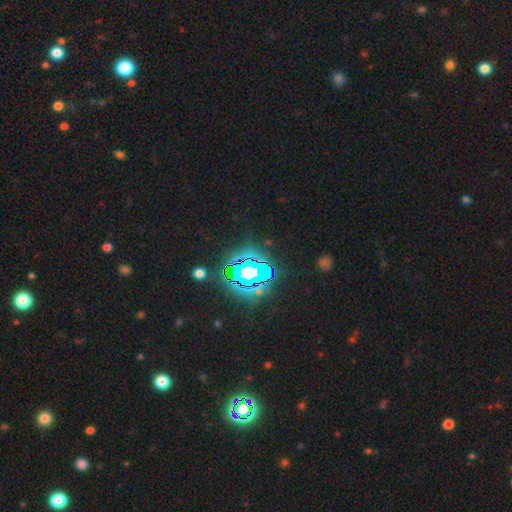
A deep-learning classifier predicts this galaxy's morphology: A star or artifact, not a galaxy (84%).

Vote fractions:
- Smooth or featured? star or artifact: 84% / smooth: 10% / featured or disk: 6%